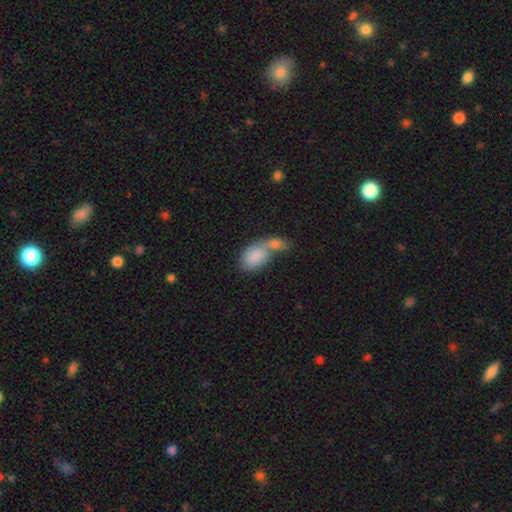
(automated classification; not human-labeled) Q: Smooth or featured?
A: smooth (83%); runner-up: featured or disk (11%)
Q: How rounded?
A: in between (87%); runner-up: round (11%)
Q: Merging?
A: merger (62%); runner-up: none (22%)